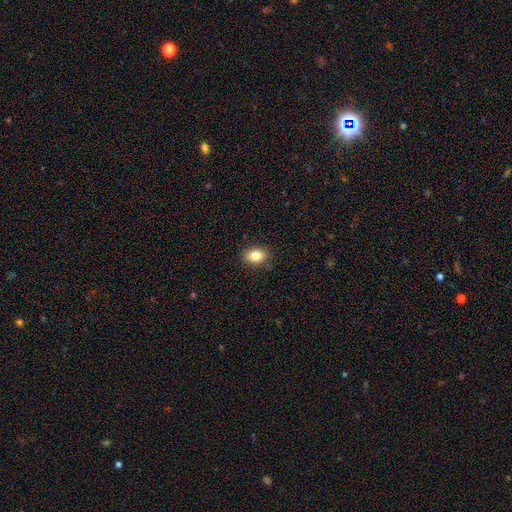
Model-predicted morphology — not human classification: Smooth or featured? smooth (84%)
How rounded? in between (71%)
Merging? none (87%)